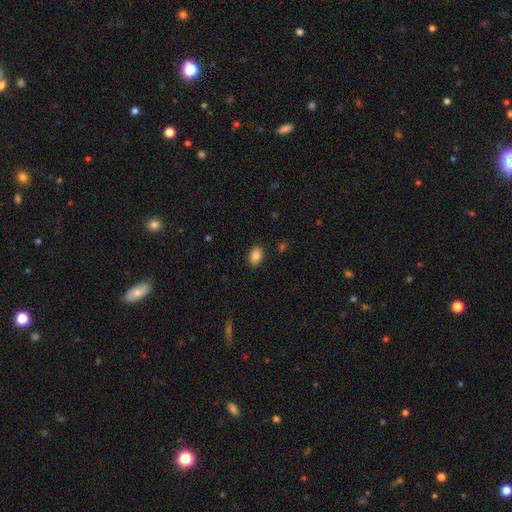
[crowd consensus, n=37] smooth 100%, featured or disk 0%, star or artifact 0%. Down the decision tree: how rounded — in between (81%); merging — none (86%).